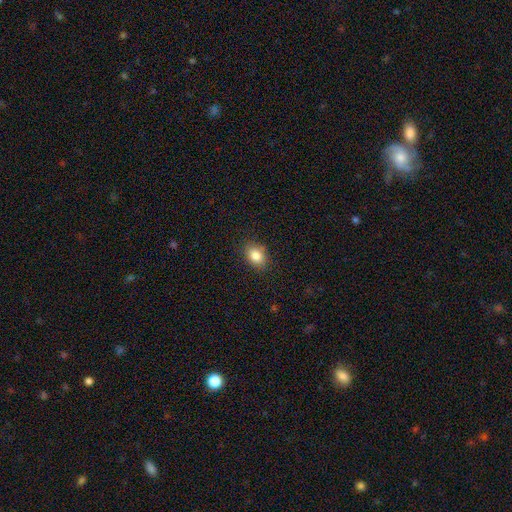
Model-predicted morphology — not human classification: Smooth or featured: smooth — 83% (star or artifact — 9%)
How rounded: in between — 74% (round — 25%)
Merging: none — 86% (minor disturbance — 11%)